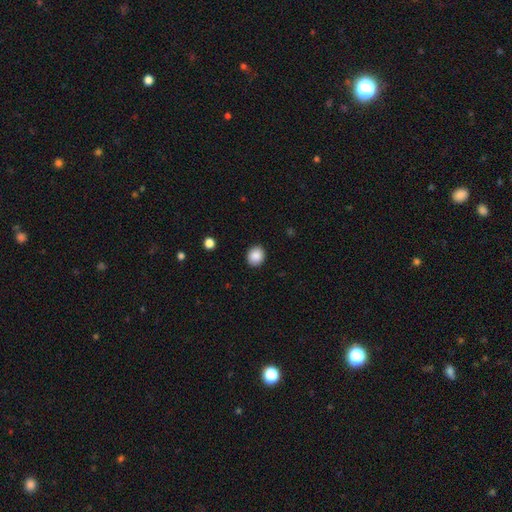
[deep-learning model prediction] Q: Smooth or featured?
A: smooth (88%); runner-up: star or artifact (9%)
Q: How rounded?
A: round (75%); runner-up: in between (24%)
Q: Merging?
A: none (91%); runner-up: minor disturbance (6%)